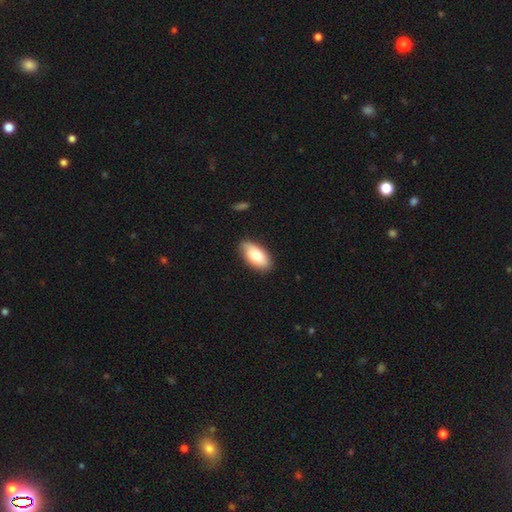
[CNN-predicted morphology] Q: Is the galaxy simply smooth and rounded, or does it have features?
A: smooth — 79%.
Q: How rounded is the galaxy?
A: in between — 93%.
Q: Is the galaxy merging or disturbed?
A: none — 80%.